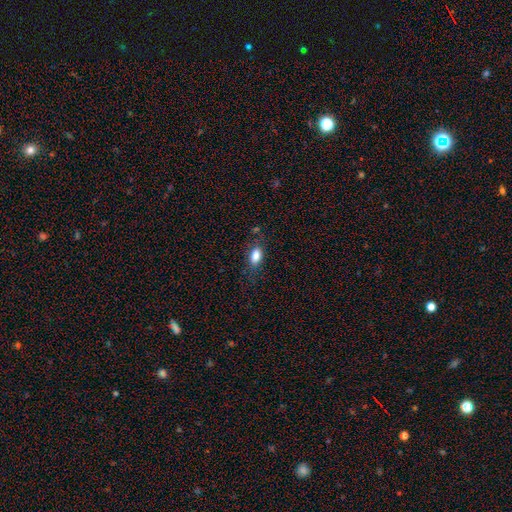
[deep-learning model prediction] smooth_or_featured: smooth (p=0.84) [alt: star or artifact p=0.09]
how_rounded: in between (p=0.87) [alt: round p=0.07]
merging: none (p=0.74) [alt: minor disturbance p=0.18]